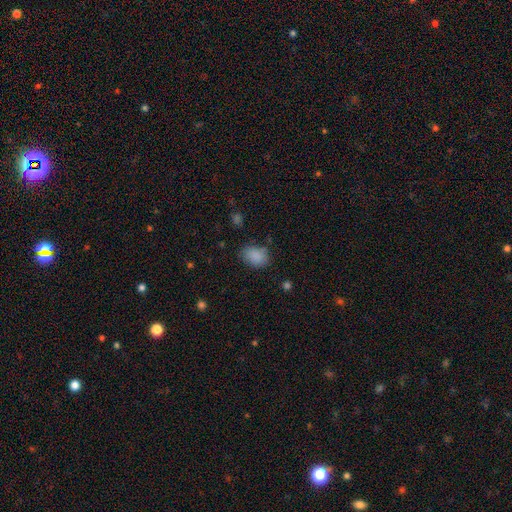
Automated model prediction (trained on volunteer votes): Q: Smooth or featured?
A: smooth (87%); runner-up: star or artifact (9%)
Q: How rounded?
A: in between (73%); runner-up: round (26%)
Q: Merging?
A: none (73%); runner-up: minor disturbance (19%)